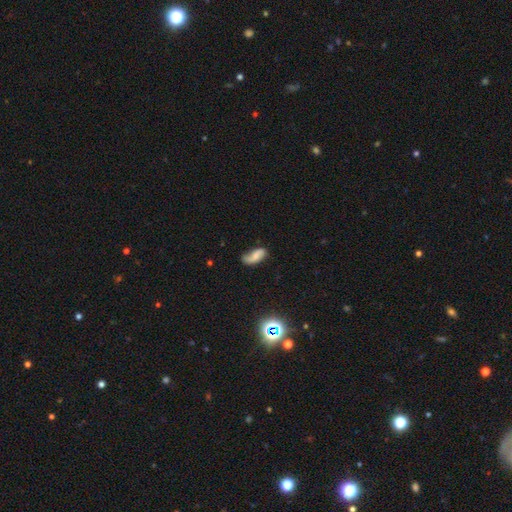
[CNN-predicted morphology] smooth_or_featured: smooth (p=0.52) [alt: featured or disk p=0.37]
how_rounded: in between (p=0.86) [alt: cigar-shaped p=0.10]
merging: none (p=0.57) [alt: minor disturbance p=0.29]